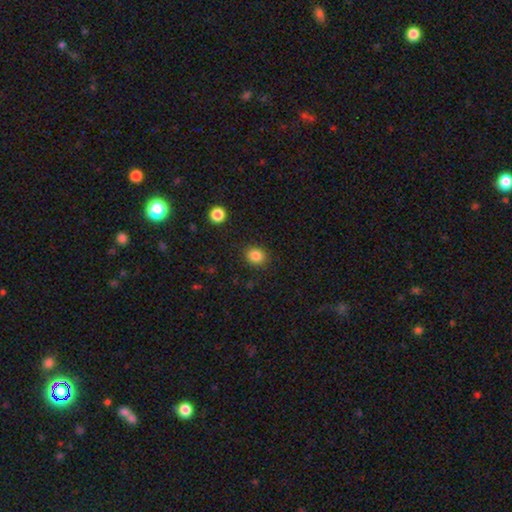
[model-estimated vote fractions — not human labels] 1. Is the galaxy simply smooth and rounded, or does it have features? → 85% smooth, 10% star or artifact, 5% featured or disk.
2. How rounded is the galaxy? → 71% round, 28% in between, 1% cigar-shaped.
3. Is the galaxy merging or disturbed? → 87% none, 9% minor disturbance, 3% major disturbance, 1% merger.